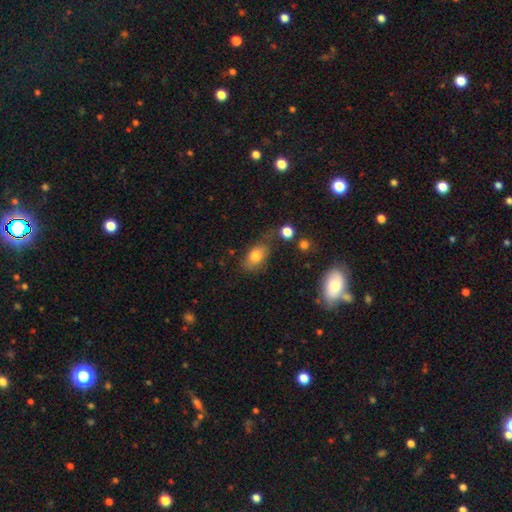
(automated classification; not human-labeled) smooth_or_featured: smooth (p=0.78) [alt: featured or disk p=0.13]
how_rounded: in between (p=0.83) [alt: round p=0.14]
merging: none (p=0.58) [alt: minor disturbance p=0.25]